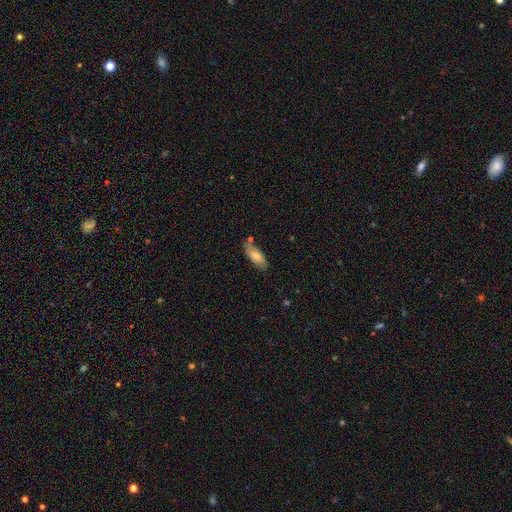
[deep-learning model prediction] The model was most divided on "smooth or featured": smooth: 70%, featured or disk: 23%, star or artifact: 7%. More confident: how rounded — in between (77%); merging — none (73%).